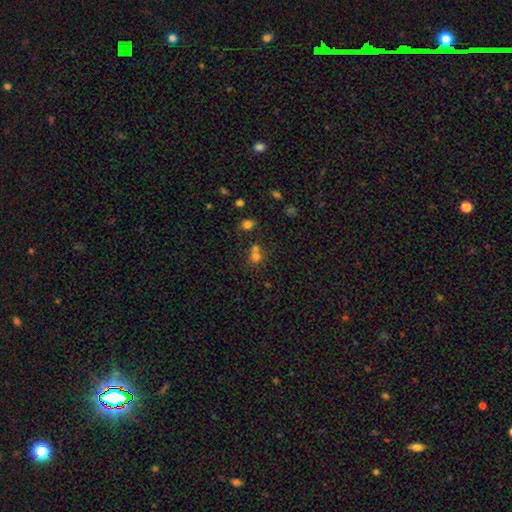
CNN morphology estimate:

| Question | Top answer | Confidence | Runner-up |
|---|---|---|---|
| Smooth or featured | smooth | 65% | star or artifact (23%) |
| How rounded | round | 81% | in between (18%) |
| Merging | none | 46% | merger (44%) |